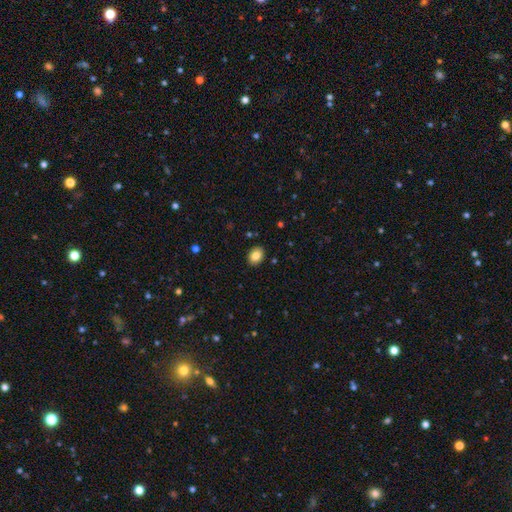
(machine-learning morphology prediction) smooth 84%, star or artifact 9%, featured or disk 7%. Down the decision tree: how rounded — in between (66%); merging — none (89%).